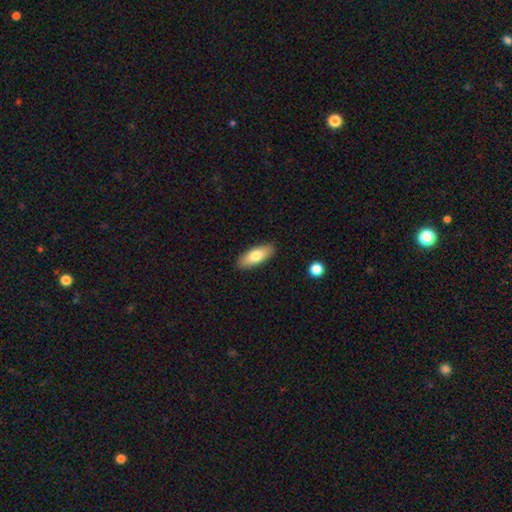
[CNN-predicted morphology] Smooth or featured?
  - smooth: 75% *
  - featured or disk: 19%
  - star or artifact: 6%
How rounded?
  - in between: 78% *
  - cigar-shaped: 19%
  - round: 2%
Merging?
  - none: 89% *
  - minor disturbance: 8%
  - major disturbance: 2%
  - merger: 1%